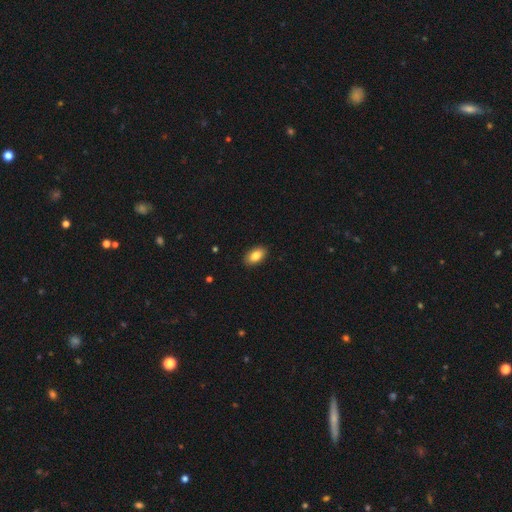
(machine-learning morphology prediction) smooth-or-featured: smooth: 85% | featured or disk: 7% | star or artifact: 7%
  how-rounded: in between: 93% | round: 5% | cigar-shaped: 2%
  merging: none: 89% | minor disturbance: 8% | major disturbance: 2% | merger: 1%